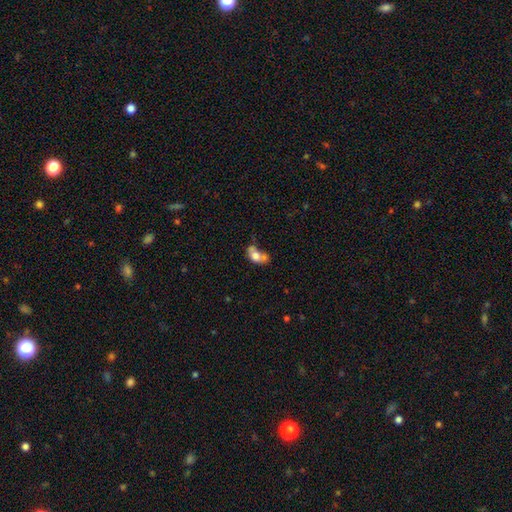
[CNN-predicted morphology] Smooth or featured?
  - smooth: 67% *
  - featured or disk: 23%
  - star or artifact: 10%
How rounded?
  - in between: 80% *
  - round: 16%
  - cigar-shaped: 4%
Merging?
  - merger: 39% *
  - none: 22%
  - major disturbance: 20%
  - minor disturbance: 19%